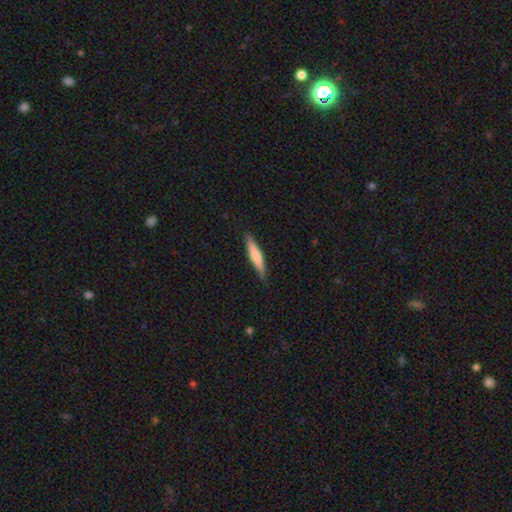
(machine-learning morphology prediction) This is likely a smooth galaxy (63%). How rounded: clearly cigar-shaped (90%). Merging: clearly none (88%).